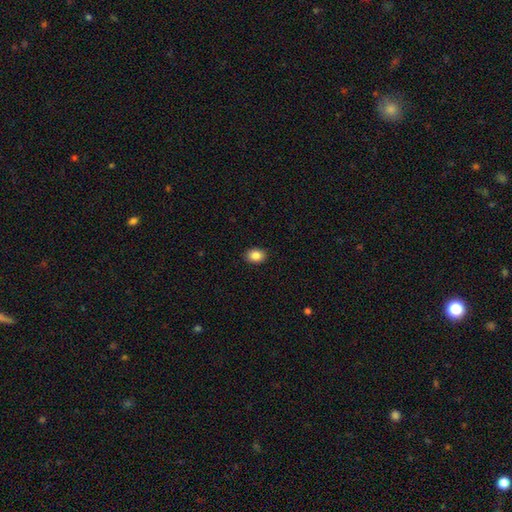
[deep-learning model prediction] Smooth or featured? smooth (86%)
How rounded? in between (67%)
Merging? none (90%)